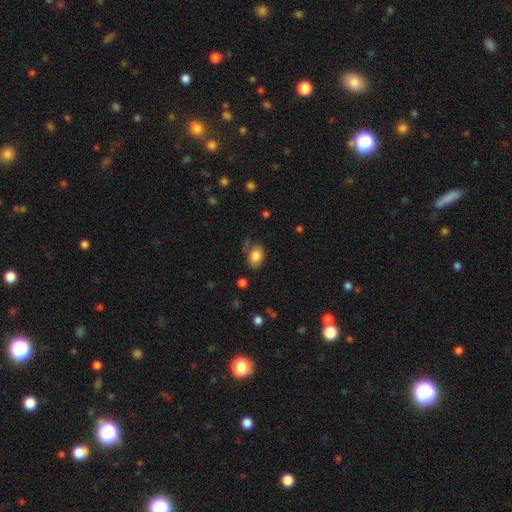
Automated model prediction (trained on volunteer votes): Smooth or featured? Predicted: smooth (p=0.82). How rounded? Predicted: in between (p=0.80). Merging? Predicted: none (p=0.67).